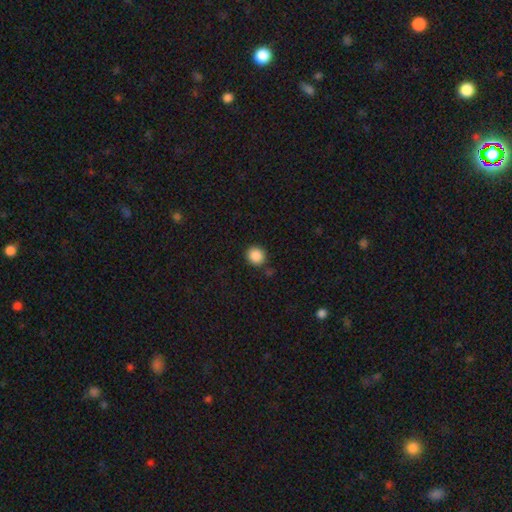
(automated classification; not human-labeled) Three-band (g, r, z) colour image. It shows a smooth galaxy with no disk features (88%) that is round (86%). Merging: none (85%).